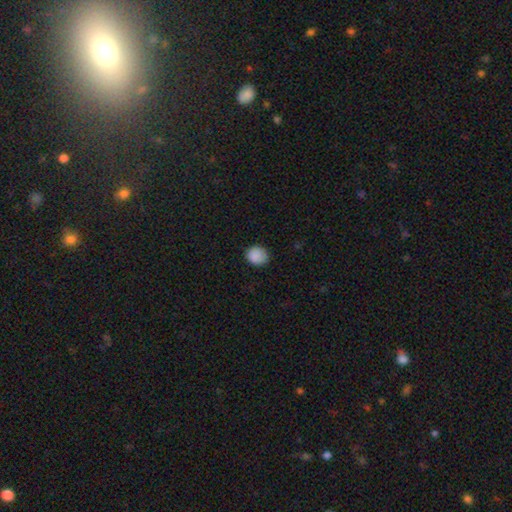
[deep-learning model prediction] smooth 88%, star or artifact 8%, featured or disk 3%. Down the decision tree: how rounded — round (76%); merging — none (82%).